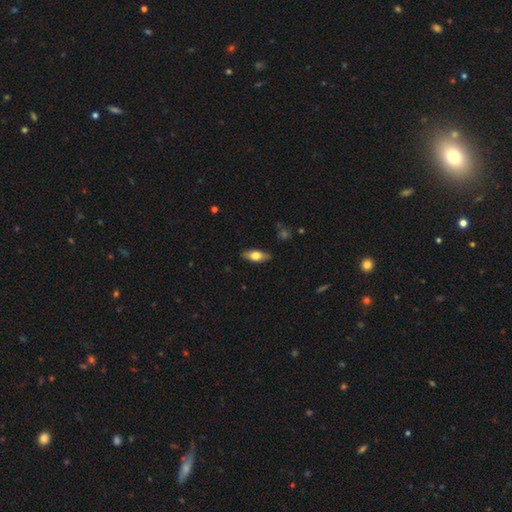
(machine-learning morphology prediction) smooth_or_featured: smooth (p=0.66) [alt: featured or disk p=0.27]
how_rounded: in between (p=0.79) [alt: cigar-shaped p=0.18]
merging: none (p=0.85) [alt: minor disturbance p=0.11]